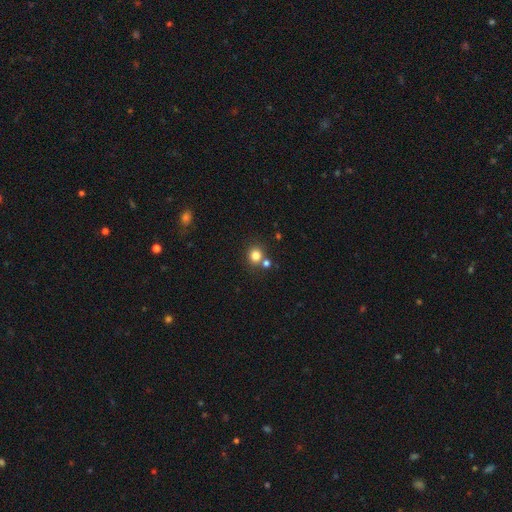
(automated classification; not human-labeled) Smooth or featured? Predicted: smooth (p=0.81). How rounded? Predicted: round (p=0.82). Merging? Predicted: none (p=0.69).